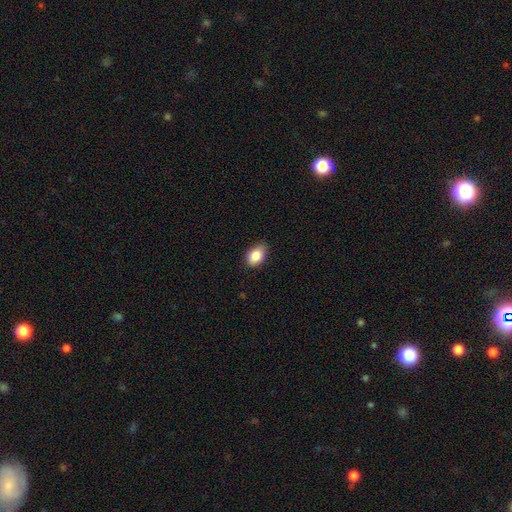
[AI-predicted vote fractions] Smooth or featured?
  - smooth: 86% *
  - star or artifact: 8%
  - featured or disk: 6%
How rounded?
  - in between: 83% *
  - round: 15%
  - cigar-shaped: 1%
Merging?
  - none: 81% *
  - minor disturbance: 16%
  - major disturbance: 2%
  - merger: 1%